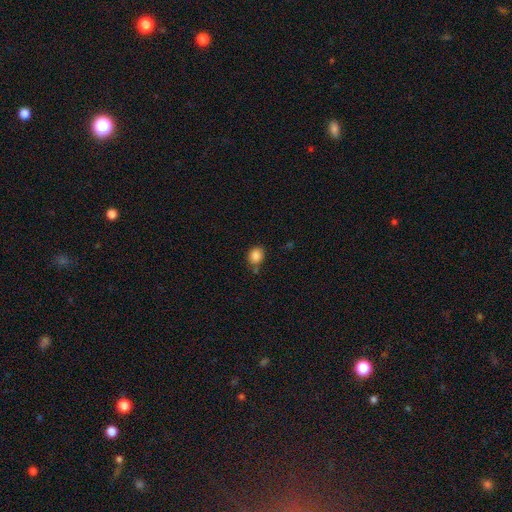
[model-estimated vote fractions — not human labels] This is clearly a smooth galaxy (86%). How rounded: likely round (63%). Merging: likely none (69%).